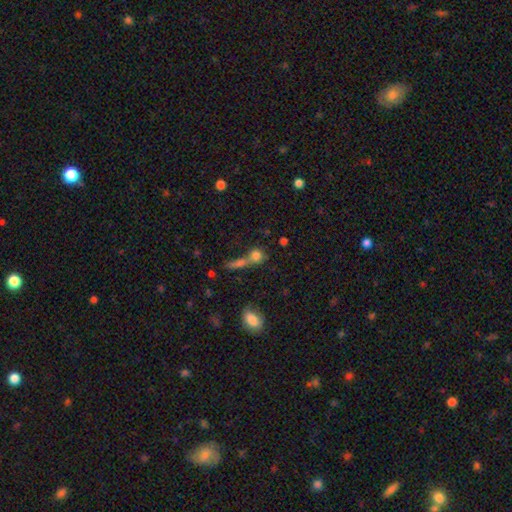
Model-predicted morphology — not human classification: Smooth or featured? smooth (75%)
How rounded? round (72%)
Merging? none (48%)